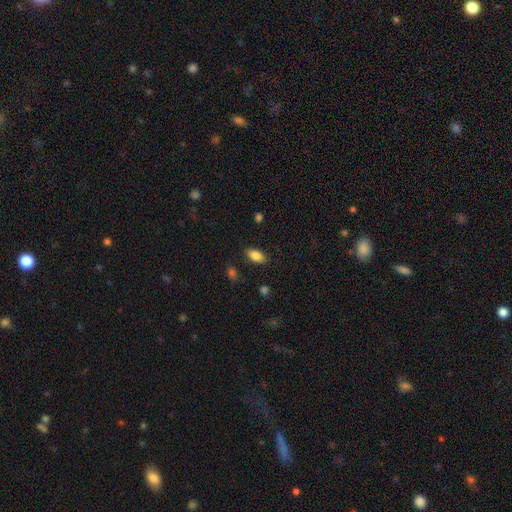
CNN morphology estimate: smooth_or_featured: smooth (p=0.86) [alt: star or artifact p=0.08]
how_rounded: in between (p=0.91) [alt: cigar-shaped p=0.05]
merging: none (p=0.85) [alt: minor disturbance p=0.10]